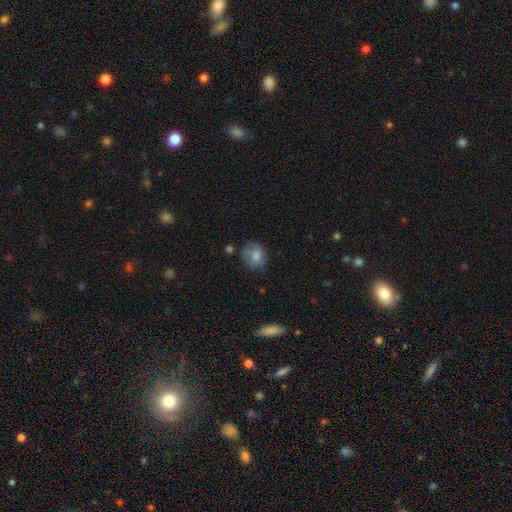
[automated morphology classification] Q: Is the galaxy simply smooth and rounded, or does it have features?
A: smooth — 75%.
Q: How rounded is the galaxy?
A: round — 63%.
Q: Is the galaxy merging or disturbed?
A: none — 67%.